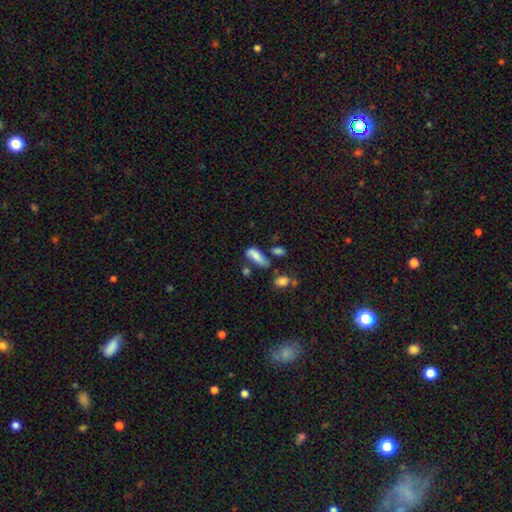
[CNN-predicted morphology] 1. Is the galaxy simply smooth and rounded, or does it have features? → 76% smooth, 16% featured or disk, 8% star or artifact.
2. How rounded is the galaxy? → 70% in between, 27% cigar-shaped, 3% round.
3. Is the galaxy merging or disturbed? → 43% none, 28% minor disturbance, 15% merger, 14% major disturbance.